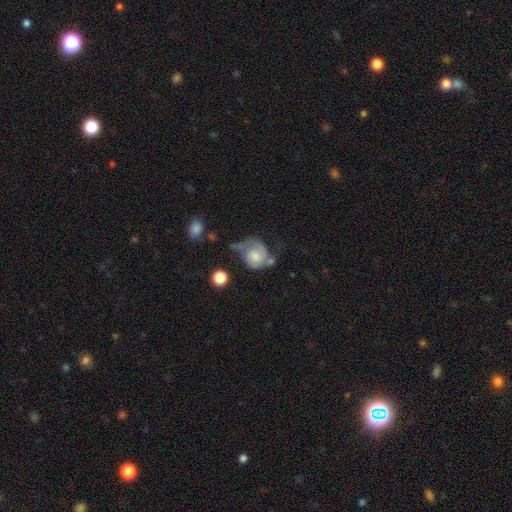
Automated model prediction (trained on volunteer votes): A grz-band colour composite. It shows a featured or disk galaxy (58%) with no bar (69%), spiral arms (85%) and a moderate central bulge (38%). Merging: major disturbance (31%).